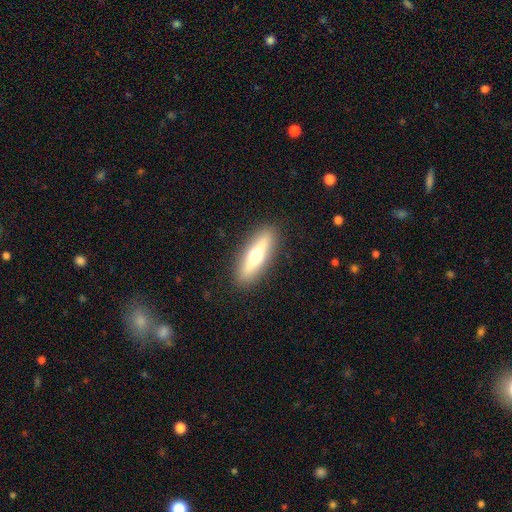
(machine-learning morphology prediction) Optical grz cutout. It shows a smooth galaxy with no disk features (48%). Merging: none (89%).